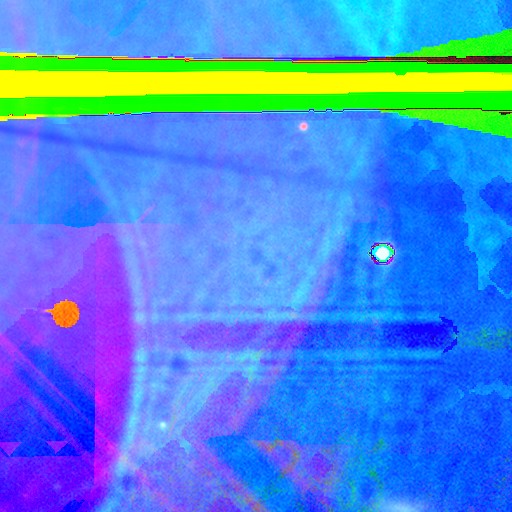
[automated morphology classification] Smooth or featured: star or artifact — 87% (featured or disk — 7%)